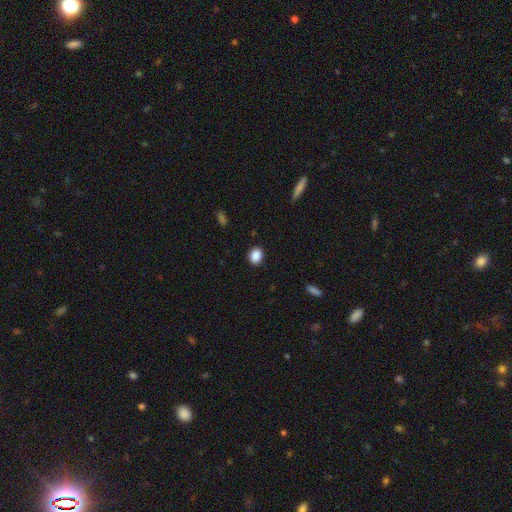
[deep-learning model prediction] smooth 88%, star or artifact 9%, featured or disk 3%. Down the decision tree: how rounded — round (56%); merging — none (90%).